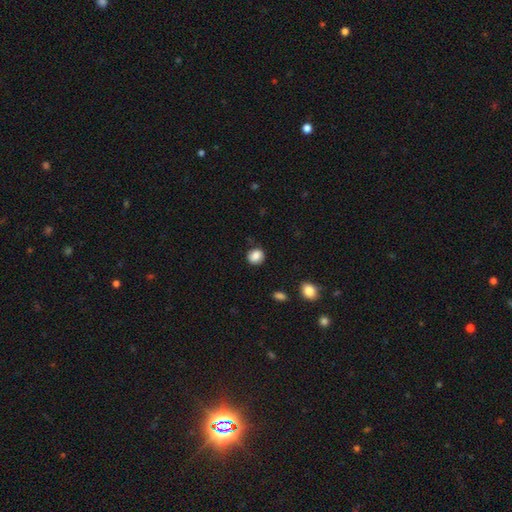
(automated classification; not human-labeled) Morphology: type=smooth (86%); roundness=round (76%); merging=none (83%).